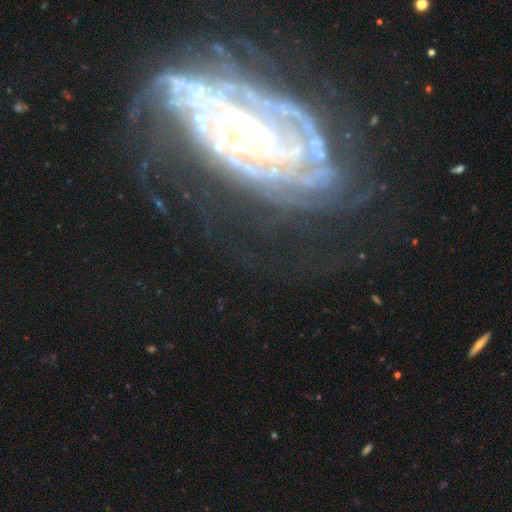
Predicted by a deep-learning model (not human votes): Smooth or featured? featured or disk (87%)
Edge-on disk? no (94%)
Bar? no (65%)
Spiral arms? yes (96%)
Spiral winding? tight (79%)
Spiral arm count? can't tell (34%)
Bulge size? small (83%)
Merging? none (60%)